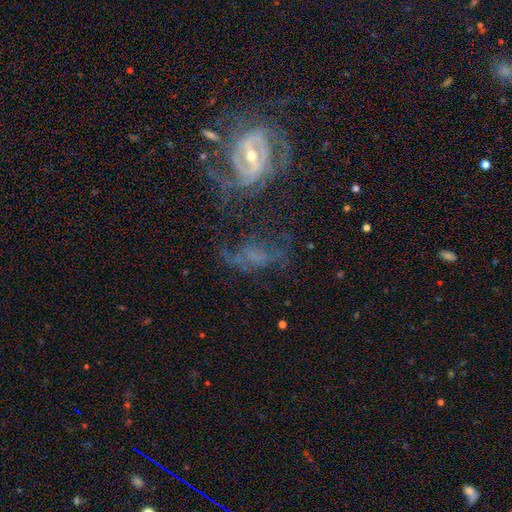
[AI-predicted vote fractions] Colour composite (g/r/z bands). It shows a featured or disk galaxy (70%) with no bar (43%), 2 (42%) medium (40%) spiral arms (78%) and a small central bulge (45%). Merging: none (40%).